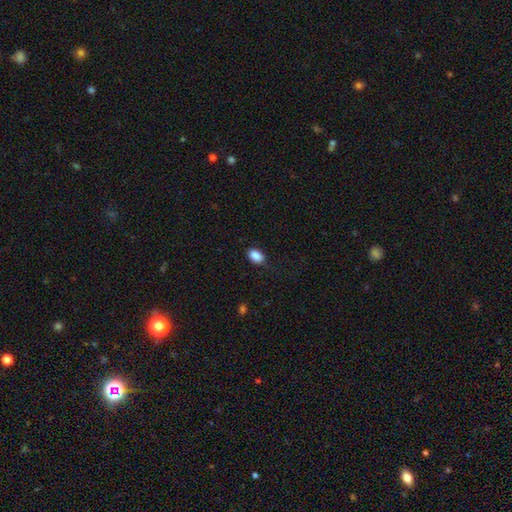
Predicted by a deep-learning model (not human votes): Overall: smooth (88%). How rounded: in between (86%). Merging: none (81%).